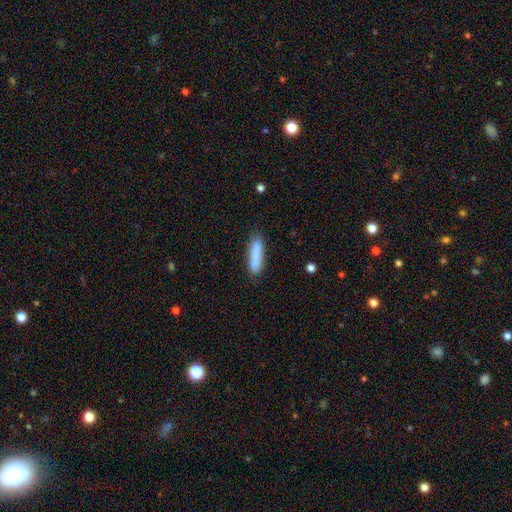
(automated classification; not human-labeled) Q: Smooth or featured?
A: smooth (85%); runner-up: featured or disk (8%)
Q: How rounded?
A: cigar-shaped (73%); runner-up: in between (26%)
Q: Merging?
A: none (82%); runner-up: minor disturbance (13%)